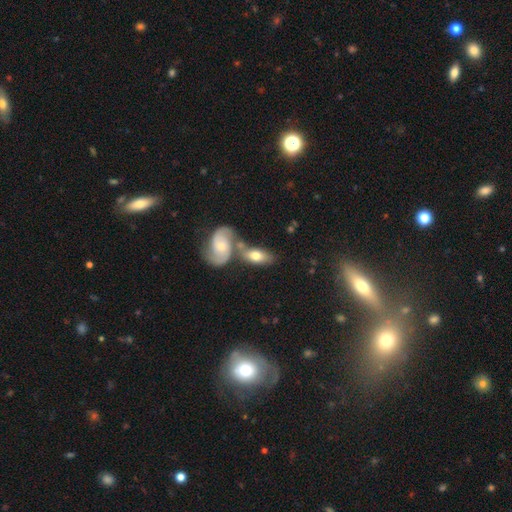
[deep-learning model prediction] smooth-or-featured: smooth: 58% | featured or disk: 37% | star or artifact: 5%
  how-rounded: in between: 89% | cigar-shaped: 6% | round: 5%
  merging: merger: 46% | none: 38% | minor disturbance: 12% | major disturbance: 4%